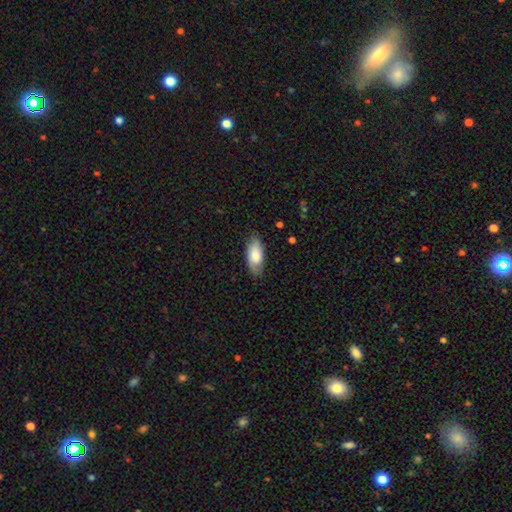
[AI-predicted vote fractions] smooth_or_featured: smooth (p=0.74) [alt: featured or disk p=0.20]
how_rounded: in between (p=0.89) [alt: cigar-shaped p=0.09]
merging: none (p=0.76) [alt: minor disturbance p=0.19]